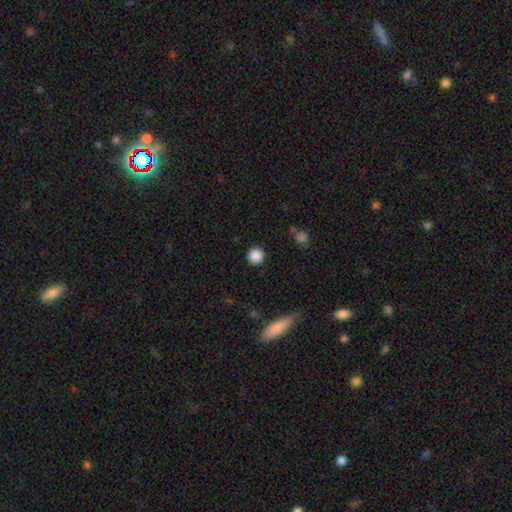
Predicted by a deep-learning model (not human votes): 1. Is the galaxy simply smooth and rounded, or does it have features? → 87% smooth, 10% star or artifact, 3% featured or disk.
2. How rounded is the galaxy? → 95% round, 4% in between, 1% cigar-shaped.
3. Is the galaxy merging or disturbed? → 91% none, 5% minor disturbance, 2% major disturbance, 1% merger.